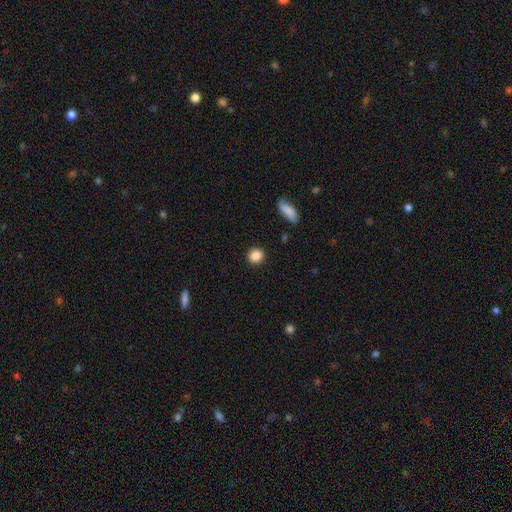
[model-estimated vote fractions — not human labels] A smooth galaxy with no disk features (87%) that is round (84%).

Vote fractions:
- Smooth or featured? smooth: 87% / star or artifact: 9% / featured or disk: 4%
- How rounded? round: 84% / in between: 15% / cigar-shaped: 1%
- Merging? none: 88% / minor disturbance: 7% / major disturbance: 2% / merger: 2%